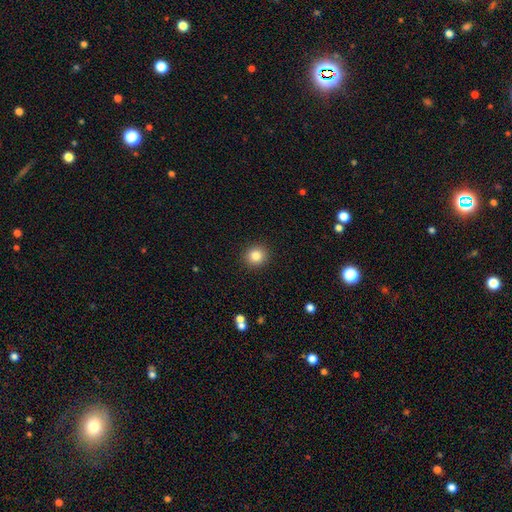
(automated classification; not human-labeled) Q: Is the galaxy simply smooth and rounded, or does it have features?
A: smooth — 83%.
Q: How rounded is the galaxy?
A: round — 90%.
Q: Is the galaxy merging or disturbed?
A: none — 92%.